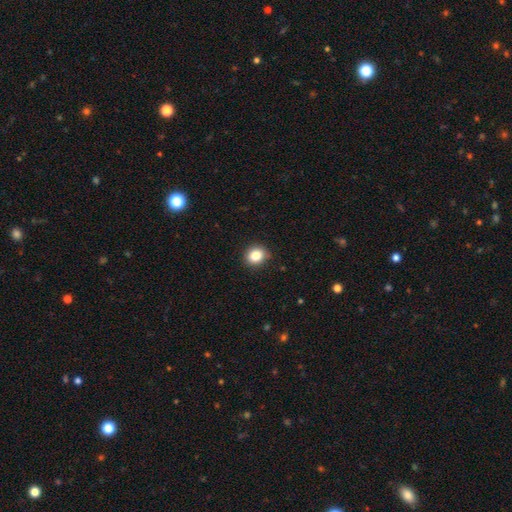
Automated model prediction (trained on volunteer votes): Smooth or featured? smooth (84%)
How rounded? round (66%)
Merging? none (88%)